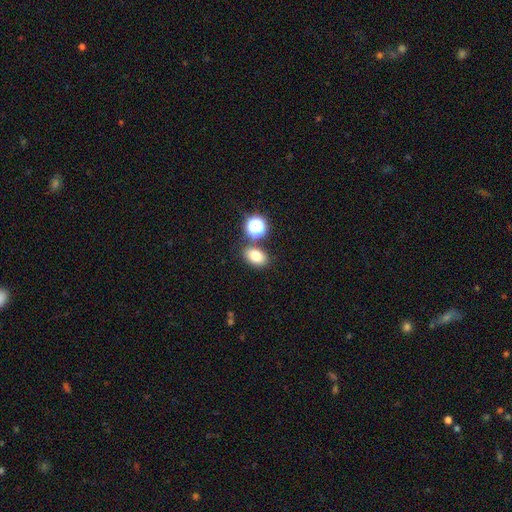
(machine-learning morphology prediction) A smooth galaxy with no disk features (77%) that is in between round and cigar-shaped (73%).

Vote fractions:
- Smooth or featured? smooth: 77% / star or artifact: 14% / featured or disk: 9%
- How rounded? in between: 73% / round: 26% / cigar-shaped: 1%
- Merging? none: 76% / merger: 11% / minor disturbance: 10% / major disturbance: 3%